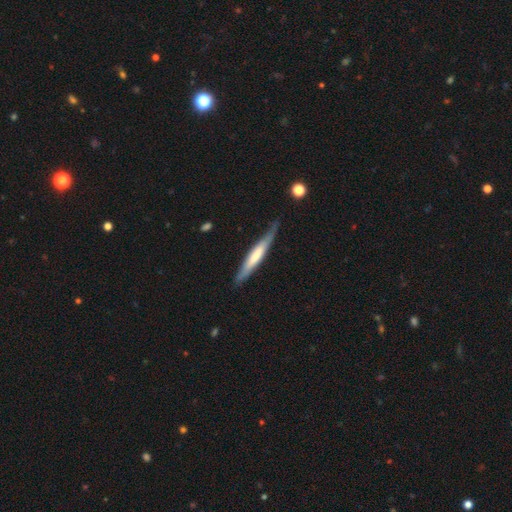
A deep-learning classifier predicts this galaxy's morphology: Smooth or featured: smooth — 49% (featured or disk — 46%)
Merging: none — 74% (minor disturbance — 19%)